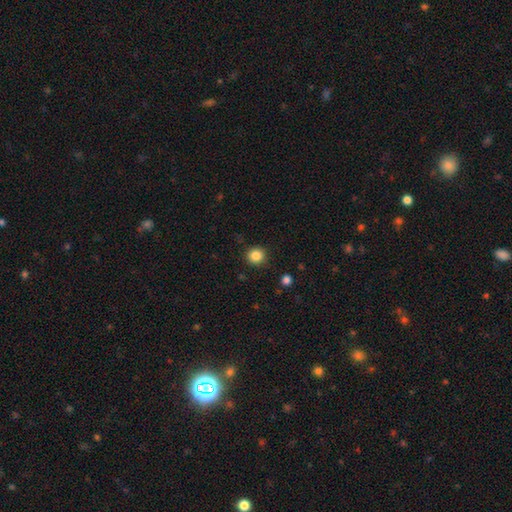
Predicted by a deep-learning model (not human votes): Morphology: type=smooth (85%); roundness=round (93%); merging=none (90%).